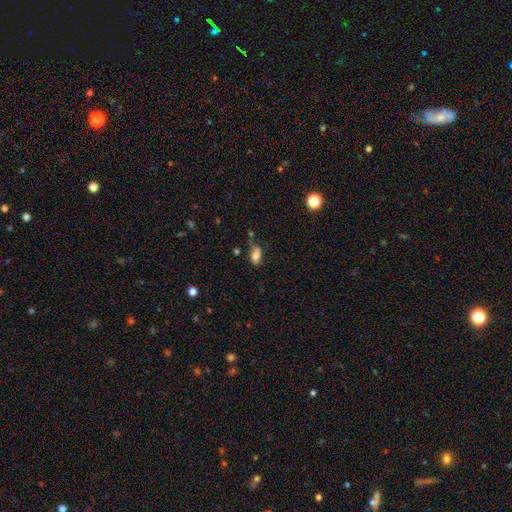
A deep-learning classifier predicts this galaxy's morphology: A smooth galaxy with no disk features (74%) that is in between round and cigar-shaped (83%). Merging: none (39%).